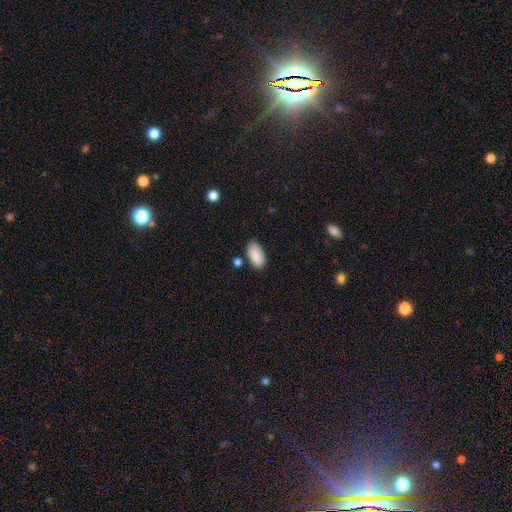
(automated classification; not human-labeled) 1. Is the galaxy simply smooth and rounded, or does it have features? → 89% smooth, 6% star or artifact, 5% featured or disk.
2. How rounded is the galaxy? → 95% in between, 3% round, 2% cigar-shaped.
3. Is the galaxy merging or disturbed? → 76% none, 14% minor disturbance, 6% merger, 3% major disturbance.